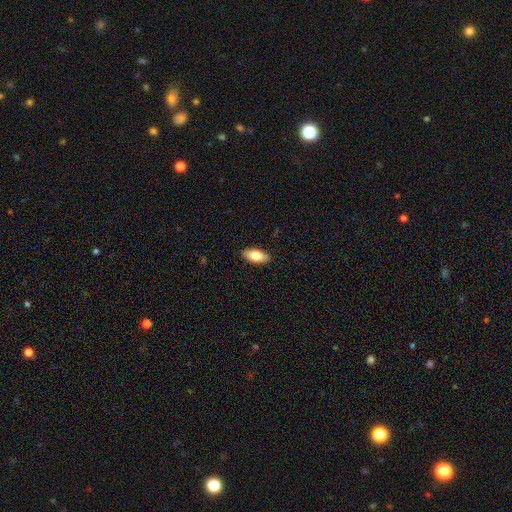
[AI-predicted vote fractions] smooth 74%, featured or disk 20%, star or artifact 6%. Down the decision tree: how rounded — in between (85%); merging — none (89%).